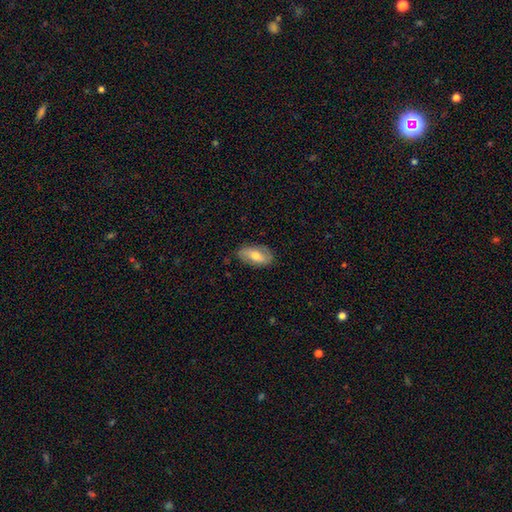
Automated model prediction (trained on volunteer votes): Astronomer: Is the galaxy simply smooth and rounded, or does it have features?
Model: smooth — 51% (runner-up: featured or disk, 42%).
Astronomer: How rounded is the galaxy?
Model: in between — 91%.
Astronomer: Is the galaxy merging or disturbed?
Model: none — 80%.